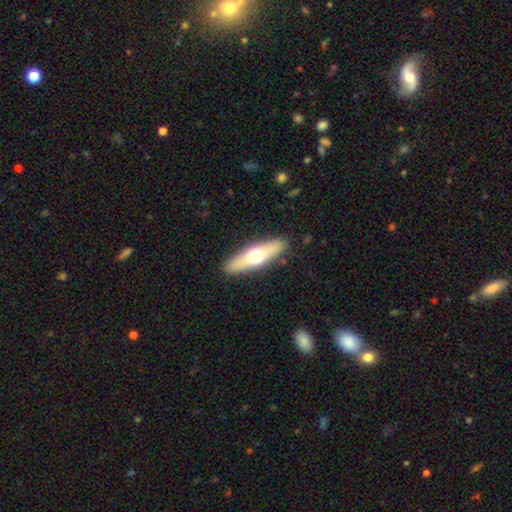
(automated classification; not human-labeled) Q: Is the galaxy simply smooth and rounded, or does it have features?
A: smooth — 48%.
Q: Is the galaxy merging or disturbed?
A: none — 89%.